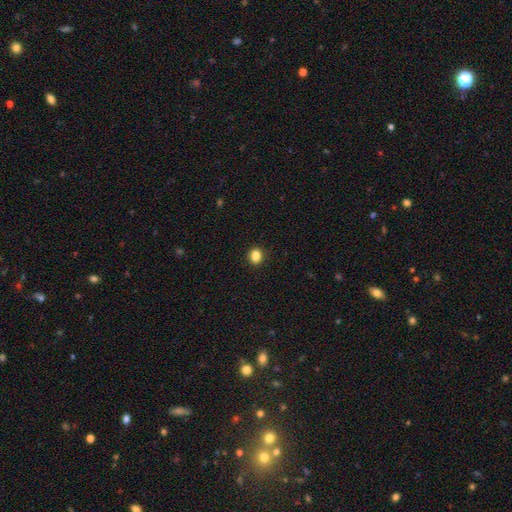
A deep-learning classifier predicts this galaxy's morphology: Smooth or featured? smooth (86%)
How rounded? in between (51%)
Merging? none (90%)